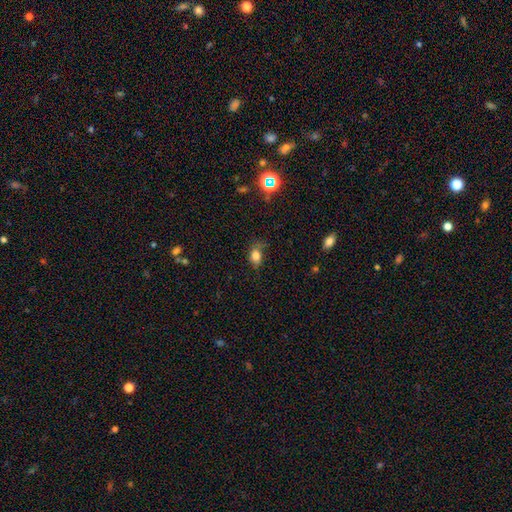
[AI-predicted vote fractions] A smooth galaxy with no disk features (78%) that is in between round and cigar-shaped (70%). Merging: none (55%).